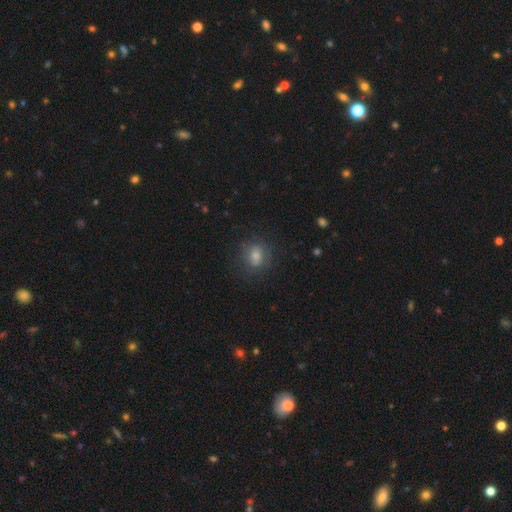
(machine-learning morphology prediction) Q: Smooth or featured?
A: smooth (69%); runner-up: star or artifact (17%)
Q: How rounded?
A: round (54%); runner-up: in between (43%)
Q: Merging?
A: none (79%); runner-up: minor disturbance (14%)